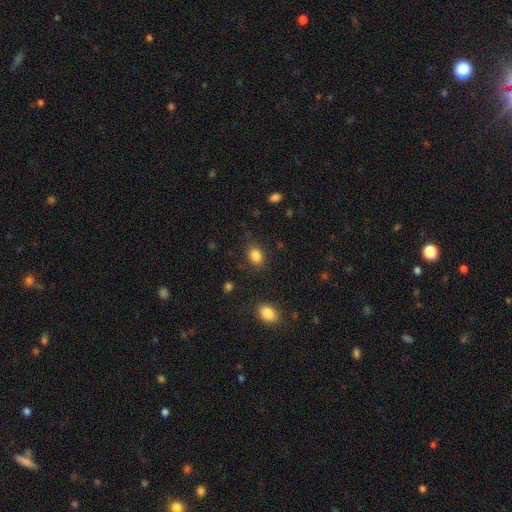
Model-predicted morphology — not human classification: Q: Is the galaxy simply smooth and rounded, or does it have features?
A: smooth — 84%.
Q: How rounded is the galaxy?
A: in between — 61%.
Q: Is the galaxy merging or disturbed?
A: none — 80%.